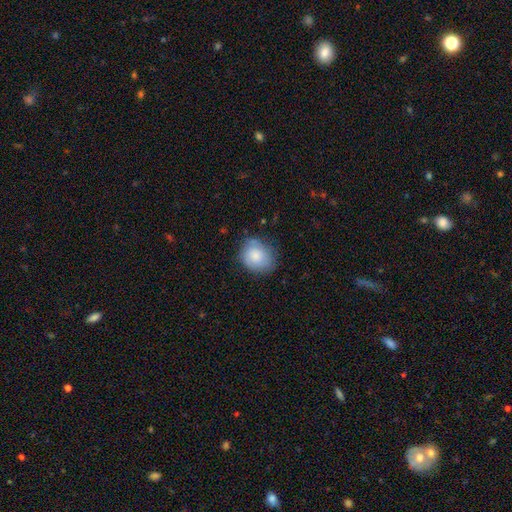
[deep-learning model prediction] Smooth or featured? Predicted: smooth (p=0.79). How rounded? Predicted: round (p=0.58). Merging? Predicted: none (p=0.71).